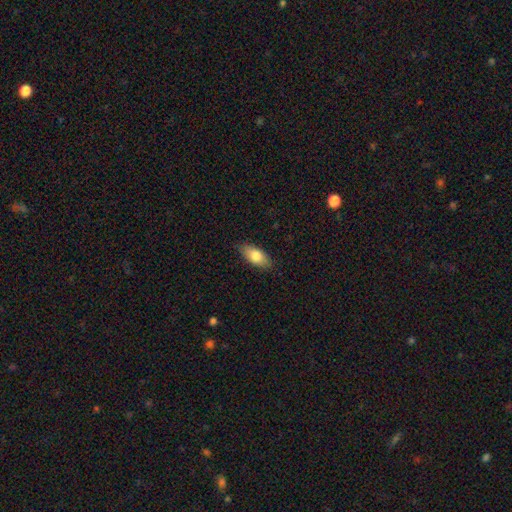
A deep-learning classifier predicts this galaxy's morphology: The model was most divided on "smooth or featured": smooth: 80%, featured or disk: 13%, star or artifact: 7%. More confident: how rounded — in between (86%); merging — none (85%).